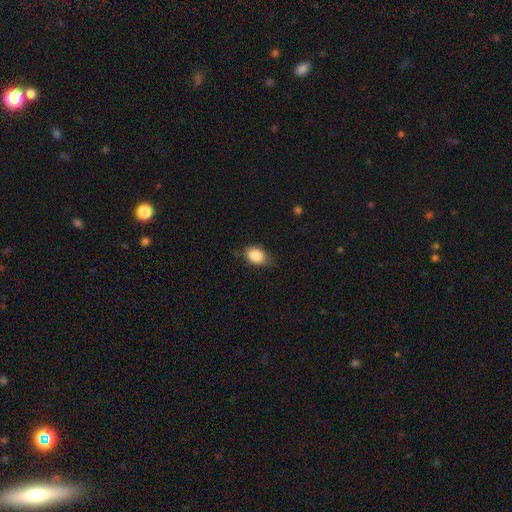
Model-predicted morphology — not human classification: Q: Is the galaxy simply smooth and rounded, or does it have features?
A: smooth — 87%.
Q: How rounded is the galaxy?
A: in between — 78%.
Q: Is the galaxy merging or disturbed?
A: none — 76%.